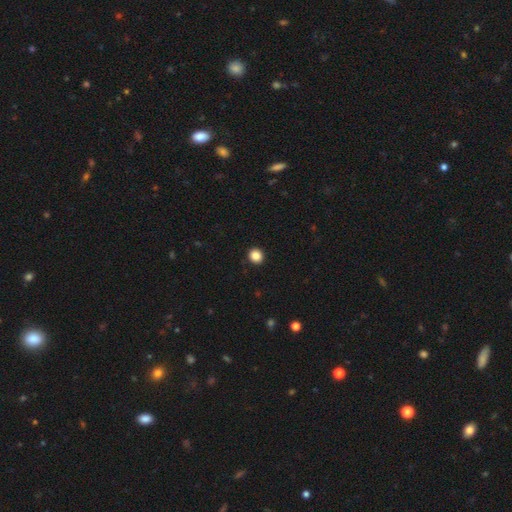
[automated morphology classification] A smooth galaxy with no disk features (86%) that is round (88%).

Vote fractions:
- Smooth or featured? smooth: 86% / star or artifact: 10% / featured or disk: 3%
- How rounded? round: 88% / in between: 11% / cigar-shaped: 1%
- Merging? none: 93% / minor disturbance: 5% / major disturbance: 2% / merger: 1%